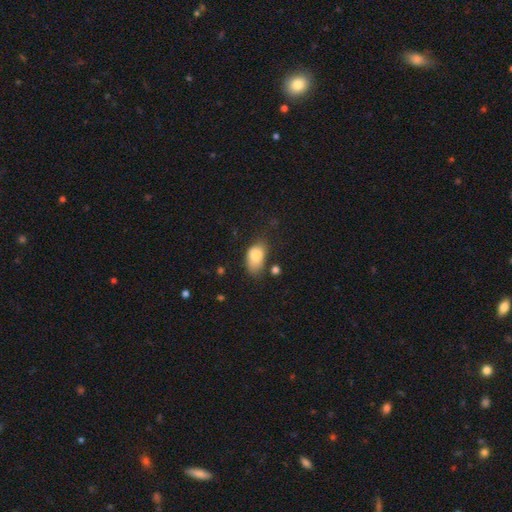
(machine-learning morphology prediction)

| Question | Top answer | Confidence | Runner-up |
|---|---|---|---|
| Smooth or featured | smooth | 82% | featured or disk (10%) |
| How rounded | in between | 90% | round (9%) |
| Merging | none | 44% | minor disturbance (36%) |